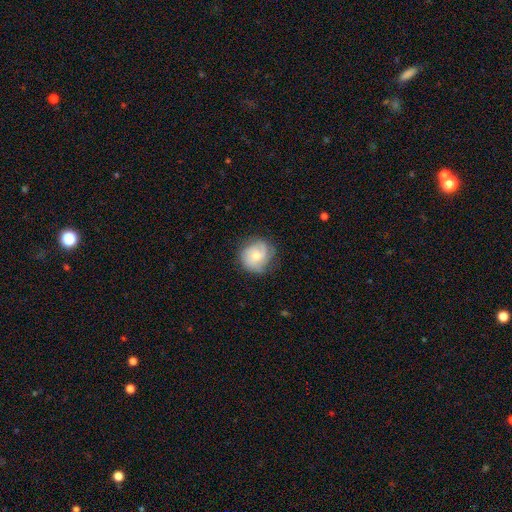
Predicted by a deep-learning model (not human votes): Q: Smooth or featured?
A: smooth (47%); runner-up: featured or disk (45%)
Q: Merging?
A: none (69%); runner-up: minor disturbance (22%)